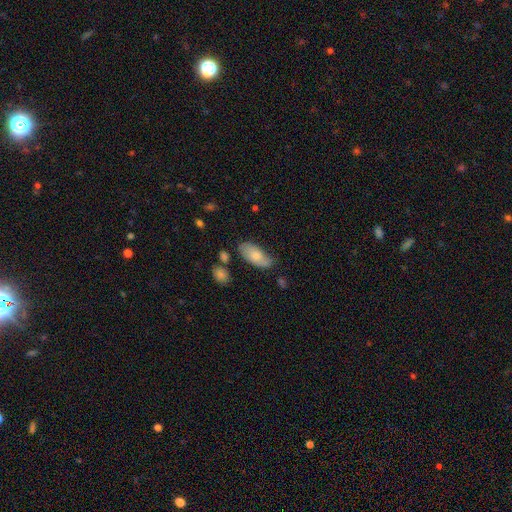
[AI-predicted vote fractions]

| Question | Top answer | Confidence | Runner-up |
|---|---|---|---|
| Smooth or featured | smooth | 70% | featured or disk (24%) |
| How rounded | in between | 91% | cigar-shaped (7%) |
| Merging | none | 63% | minor disturbance (27%) |